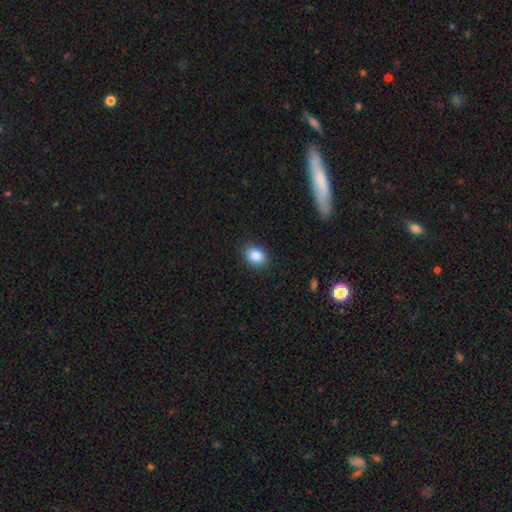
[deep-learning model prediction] Overall: smooth (86%). How rounded: in between (67%; round 32%). Merging: none (88%).